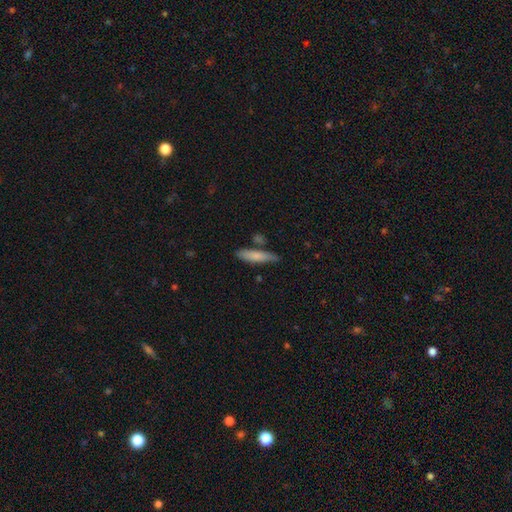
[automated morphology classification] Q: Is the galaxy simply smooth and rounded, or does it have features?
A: smooth — 76%.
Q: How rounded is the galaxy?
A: cigar-shaped — 80%.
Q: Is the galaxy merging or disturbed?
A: none — 73%.